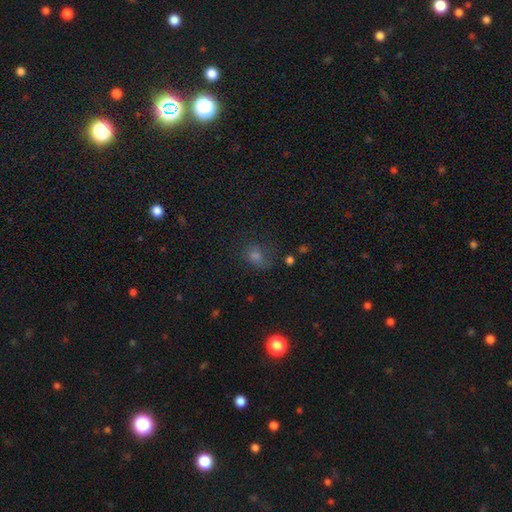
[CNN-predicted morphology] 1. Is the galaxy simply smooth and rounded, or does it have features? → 57% smooth, 29% star or artifact, 14% featured or disk.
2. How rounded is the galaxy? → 55% round, 44% in between, 2% cigar-shaped.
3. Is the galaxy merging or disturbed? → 61% none, 22% minor disturbance, 14% major disturbance, 3% merger.